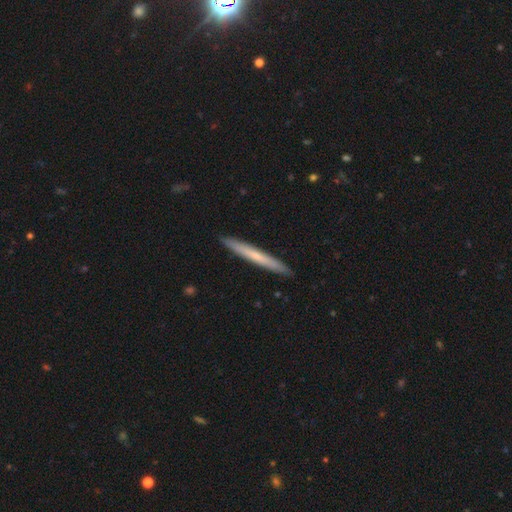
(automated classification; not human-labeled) A smooth galaxy with no disk features (55%) that is cigar-shaped (97%). Merging: none (92%).